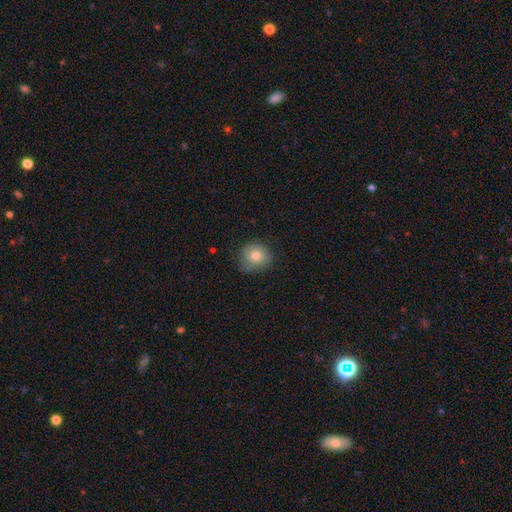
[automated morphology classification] Smooth or featured? smooth (77%)
How rounded? round (83%)
Merging? none (70%)